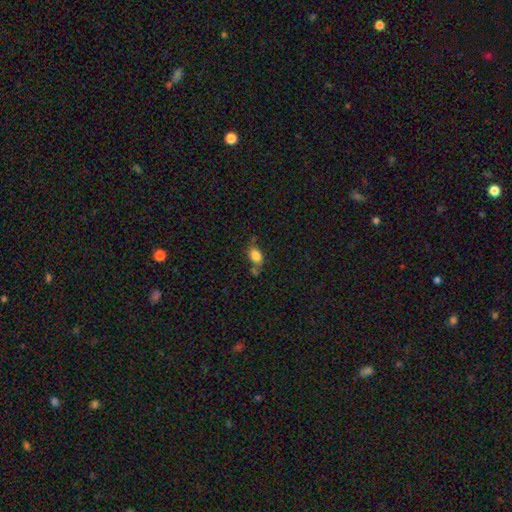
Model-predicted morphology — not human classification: smooth 82%, star or artifact 9%, featured or disk 9%. Down the decision tree: how rounded — in between (81%); merging — none (57%).